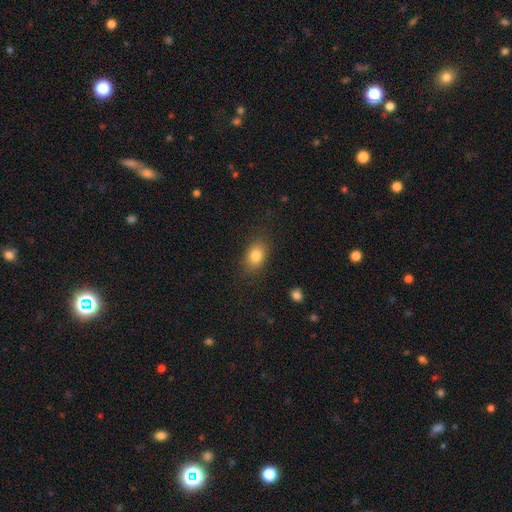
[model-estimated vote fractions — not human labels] smooth-or-featured: smooth: 83% | star or artifact: 9% | featured or disk: 8%
  how-rounded: in between: 77% | round: 22% | cigar-shaped: 2%
  merging: none: 83% | minor disturbance: 12% | major disturbance: 4% | merger: 1%